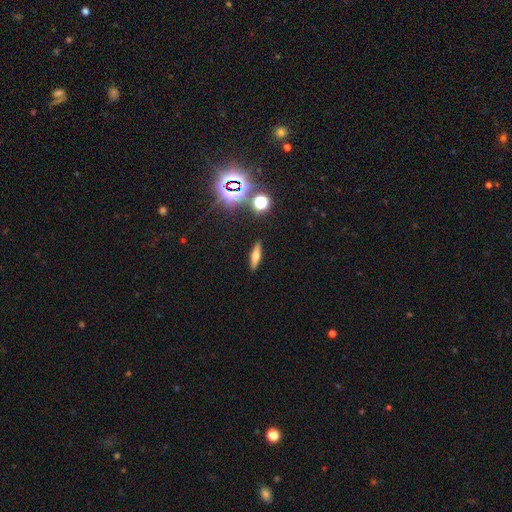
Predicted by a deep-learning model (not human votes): A smooth galaxy with no disk features (51%) that is cigar-shaped (67%). Merging: none (89%).